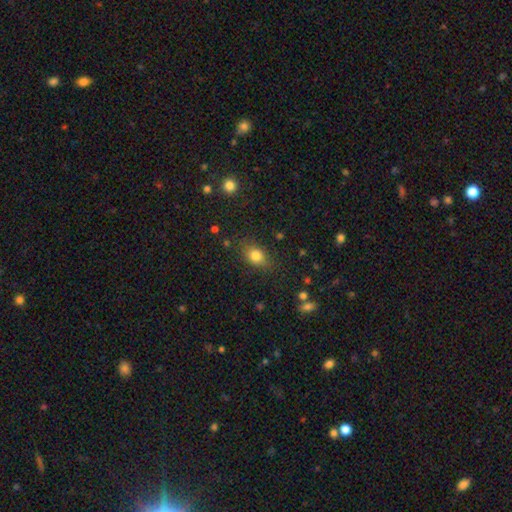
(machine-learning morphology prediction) smooth_or_featured: smooth (p=0.81) [alt: star or artifact p=0.11]
how_rounded: in between (p=0.66) [alt: round p=0.31]
merging: none (p=0.79) [alt: minor disturbance p=0.15]